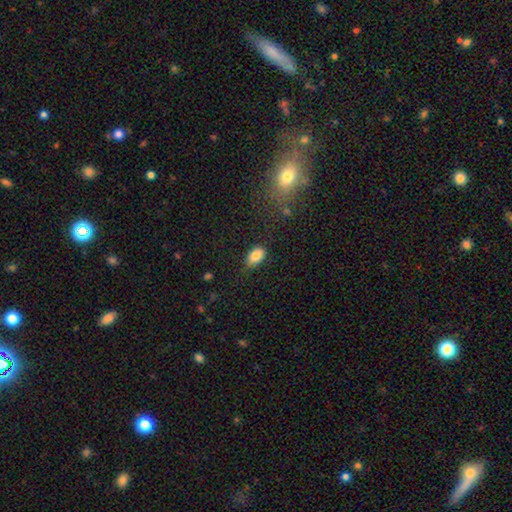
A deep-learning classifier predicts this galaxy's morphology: Q: Smooth or featured?
A: smooth (84%); runner-up: star or artifact (8%)
Q: How rounded?
A: in between (90%); runner-up: round (7%)
Q: Merging?
A: none (68%); runner-up: minor disturbance (24%)